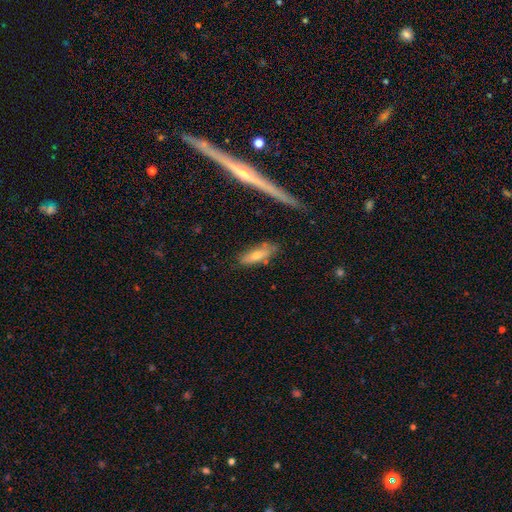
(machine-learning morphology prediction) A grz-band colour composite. It shows a smooth galaxy with no disk features (55%) that is cigar-shaped (54%). Merging: none (74%).